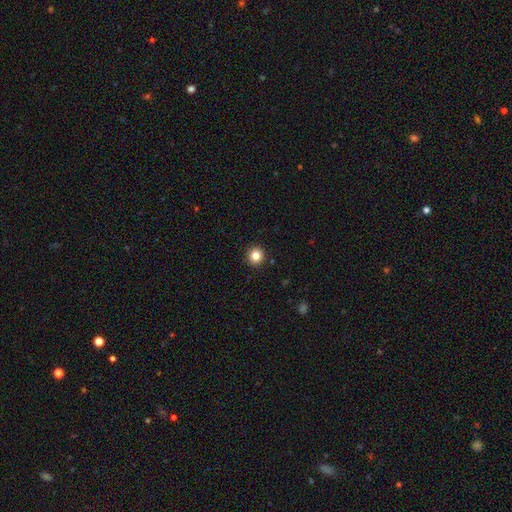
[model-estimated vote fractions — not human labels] This appears to be a smooth galaxy with no disk features (83%) that is round (94%). Merging: none (93%).